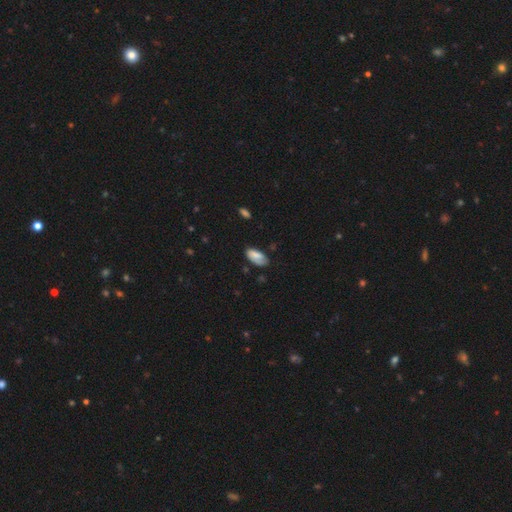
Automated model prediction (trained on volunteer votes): smooth_or_featured: smooth (p=0.73) [alt: featured or disk p=0.20]
how_rounded: in between (p=0.89) [alt: cigar-shaped p=0.09]
merging: none (p=0.57) [alt: minor disturbance p=0.30]